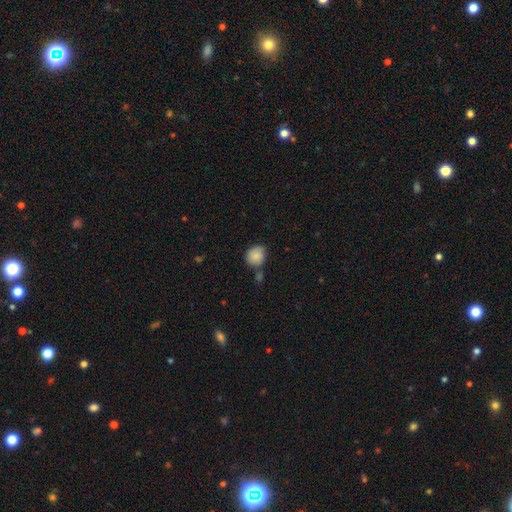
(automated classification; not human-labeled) The model was most divided on "merging": none: 62%, minor disturbance: 19%, merger: 14%, major disturbance: 4%. More confident: smooth or featured — smooth (85%); how rounded — round (72%).